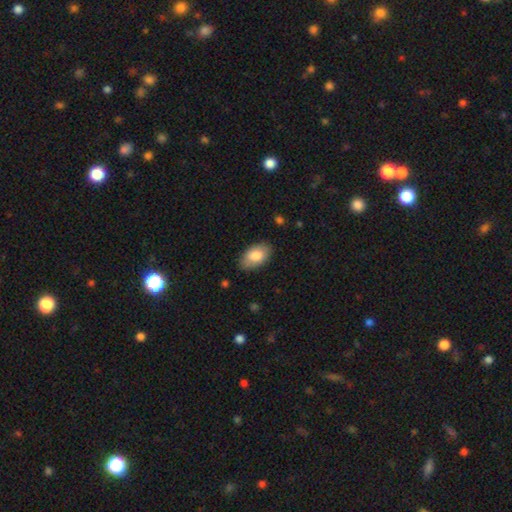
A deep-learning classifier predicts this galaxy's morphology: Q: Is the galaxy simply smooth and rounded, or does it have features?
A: smooth — 82%.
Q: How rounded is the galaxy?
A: in between — 94%.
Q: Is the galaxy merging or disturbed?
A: none — 83%.